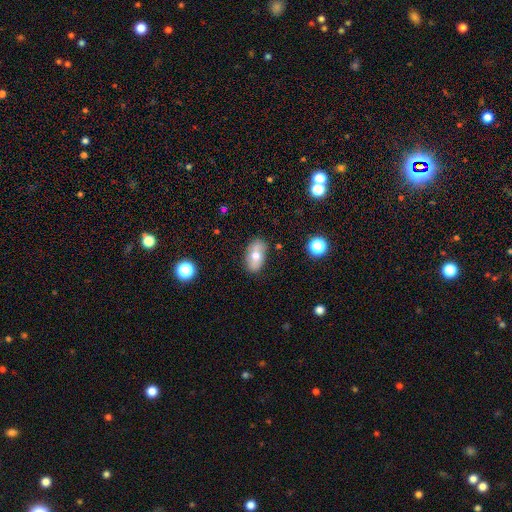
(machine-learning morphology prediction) smooth 63%, featured or disk 29%, star or artifact 8%. Down the decision tree: how rounded — in between (90%); merging — none (80%).